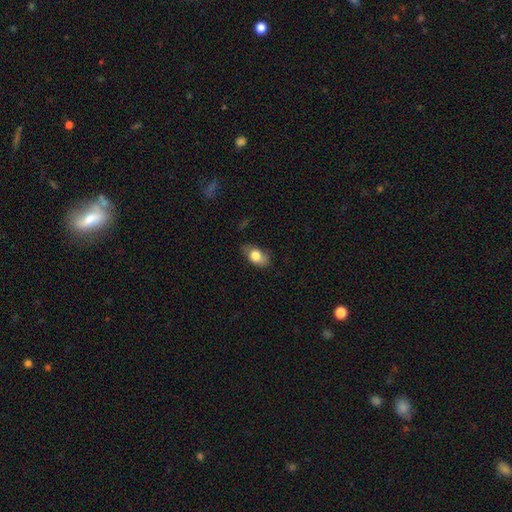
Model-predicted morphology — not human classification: smooth 76%, featured or disk 17%, star or artifact 7%. Down the decision tree: how rounded — in between (88%); merging — none (70%).